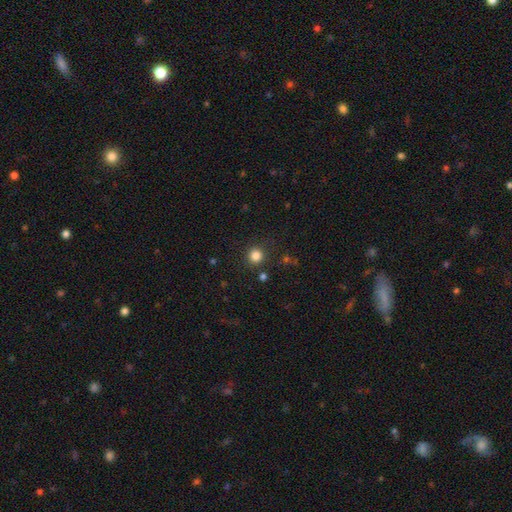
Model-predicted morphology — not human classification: Smooth or featured? Predicted: smooth (p=0.83). How rounded? Predicted: round (p=0.93). Merging? Predicted: none (p=0.88).